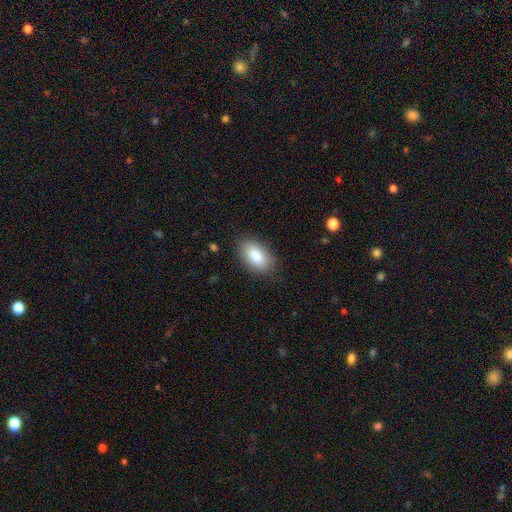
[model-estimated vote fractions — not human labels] Overall: smooth (86%). How rounded: in between (93%). Merging: none (84%).